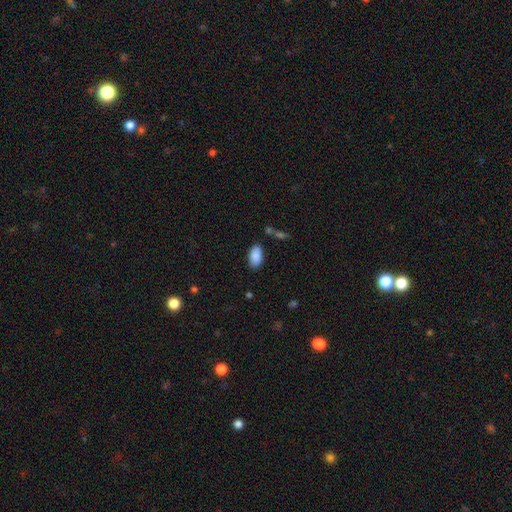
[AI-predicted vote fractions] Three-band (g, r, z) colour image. It shows a smooth galaxy with no disk features (88%) that is in between round and cigar-shaped (94%). Merging: none (82%).